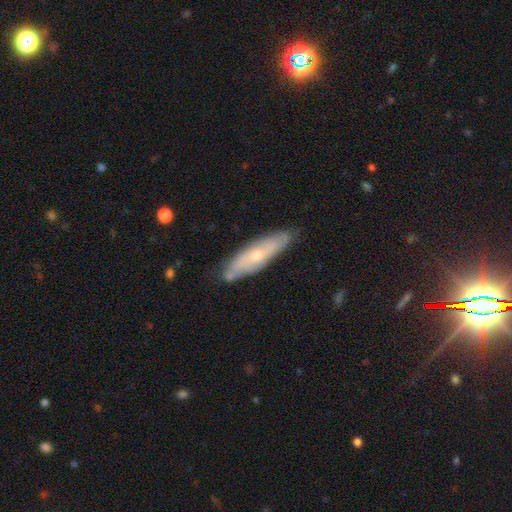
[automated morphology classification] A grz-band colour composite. It shows a featured or disk galaxy (51%). Merging: none (79%).